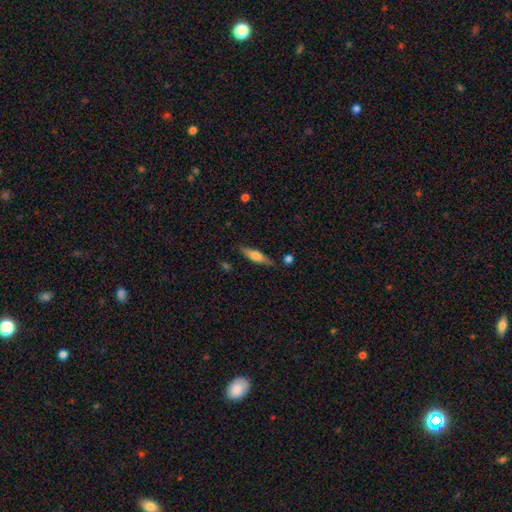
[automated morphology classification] smooth_or_featured: smooth (p=0.48) [alt: featured or disk p=0.46]
merging: none (p=0.83) [alt: minor disturbance p=0.11]